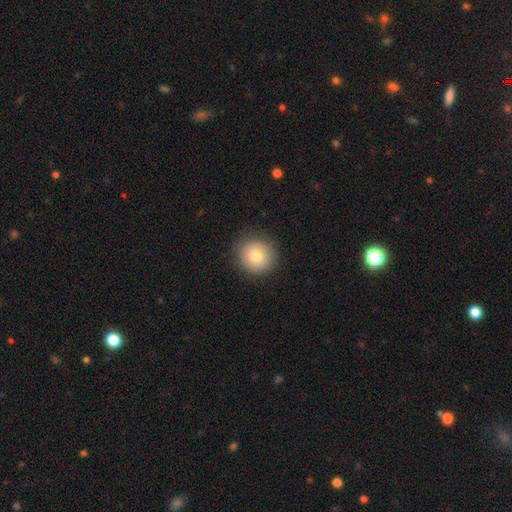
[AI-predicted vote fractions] Q: Smooth or featured?
A: smooth (80%); runner-up: featured or disk (11%)
Q: How rounded?
A: round (92%); runner-up: in between (7%)
Q: Merging?
A: none (87%); runner-up: minor disturbance (9%)